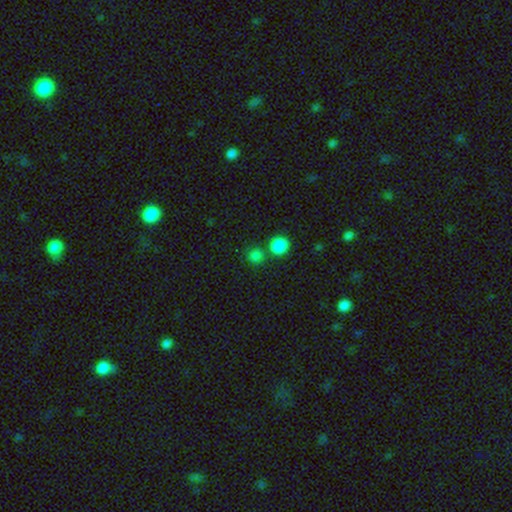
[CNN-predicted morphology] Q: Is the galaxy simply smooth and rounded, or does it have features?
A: smooth — 81%.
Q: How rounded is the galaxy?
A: round — 87%.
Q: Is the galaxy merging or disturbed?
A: none — 72%.